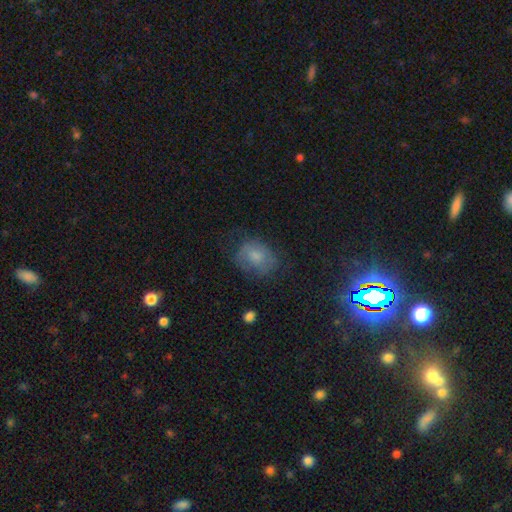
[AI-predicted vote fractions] Q: Smooth or featured?
A: smooth (63%); runner-up: featured or disk (25%)
Q: How rounded?
A: in between (58%); runner-up: round (41%)
Q: Merging?
A: none (57%); runner-up: minor disturbance (26%)